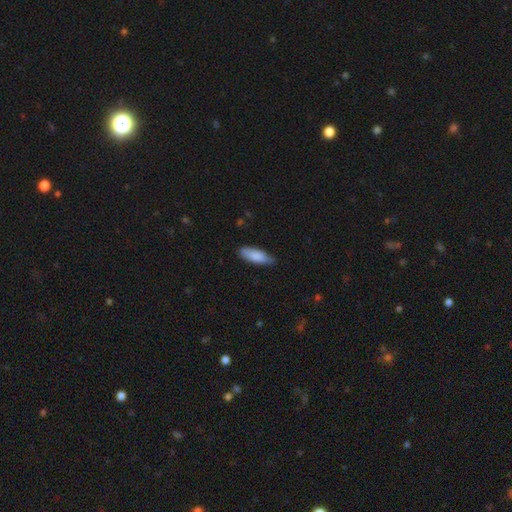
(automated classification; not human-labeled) Morphology: type=smooth (84%); roundness=in between (62%); merging=none (72%).